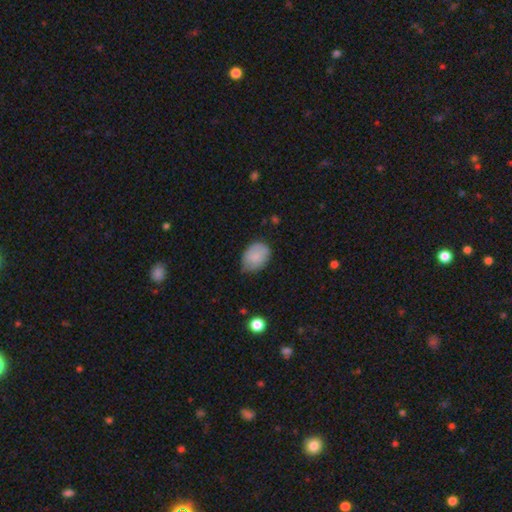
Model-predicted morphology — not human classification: Smooth or featured?
  - smooth: 76% *
  - featured or disk: 17%
  - star or artifact: 7%
How rounded?
  - in between: 75% *
  - round: 24%
  - cigar-shaped: 1%
Merging?
  - none: 63% *
  - minor disturbance: 30%
  - major disturbance: 5%
  - merger: 1%